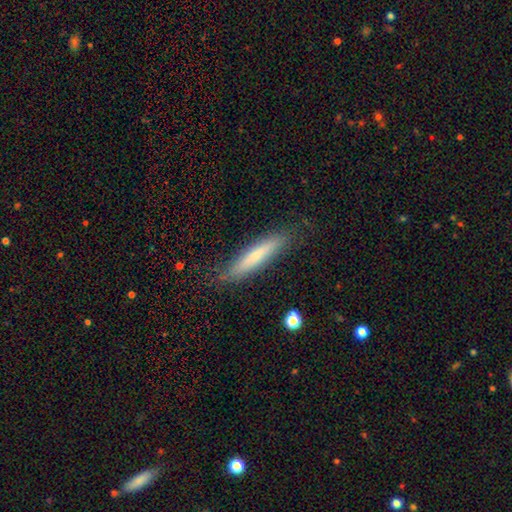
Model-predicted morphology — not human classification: A smooth galaxy with no disk features (66%) that is cigar-shaped (91%).

Vote fractions:
- Smooth or featured? smooth: 66% / featured or disk: 28% / star or artifact: 6%
- How rounded? cigar-shaped: 91% / in between: 8% / round: 1%
- Merging? none: 83% / minor disturbance: 13% / major disturbance: 3% / merger: 1%